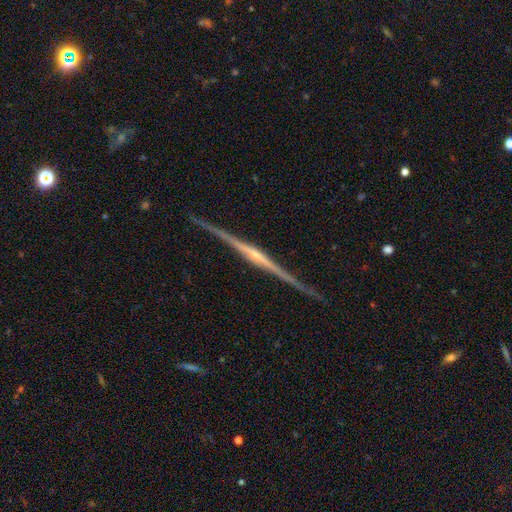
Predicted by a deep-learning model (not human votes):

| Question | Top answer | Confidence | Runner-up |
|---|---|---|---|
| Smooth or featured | featured or disk | 89% | smooth (5%) |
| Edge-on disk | yes | 98% | no (2%) |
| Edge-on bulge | rounded | 72% | none (16%) |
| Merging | none | 90% | minor disturbance (7%) |